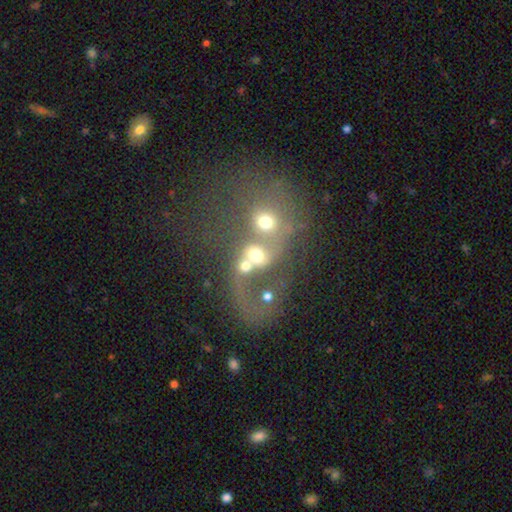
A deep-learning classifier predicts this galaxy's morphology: smooth_or_featured: featured or disk (p=0.50) [alt: smooth p=0.35]
merging: merger (p=0.74) [alt: major disturbance p=0.12]